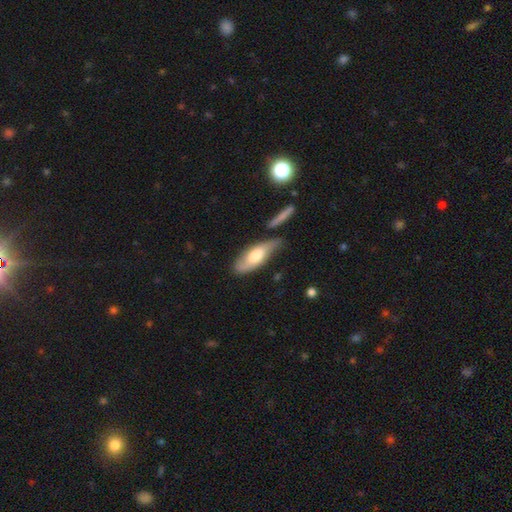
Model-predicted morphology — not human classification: Smooth or featured? smooth (54%)
How rounded? in between (72%)
Merging? none (57%)